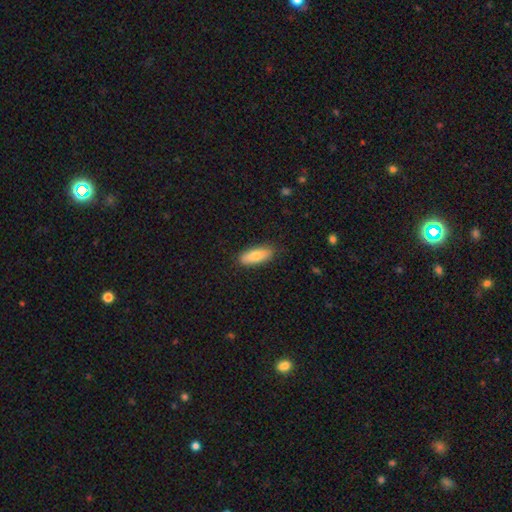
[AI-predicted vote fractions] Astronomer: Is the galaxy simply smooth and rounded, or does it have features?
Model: smooth — 83%.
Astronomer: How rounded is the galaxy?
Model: in between — 69%.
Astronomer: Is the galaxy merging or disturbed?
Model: none — 86%.